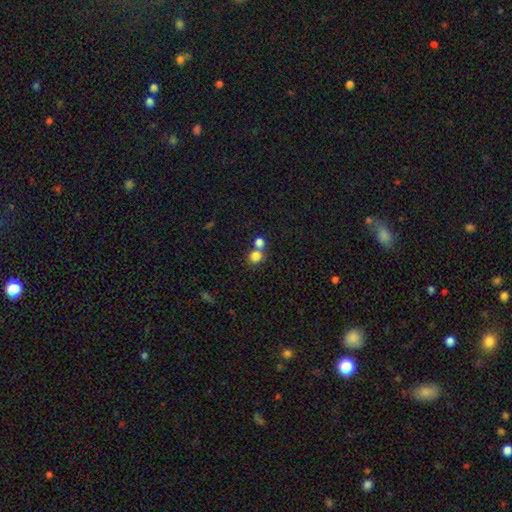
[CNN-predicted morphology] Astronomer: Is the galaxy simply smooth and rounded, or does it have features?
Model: smooth — 81%.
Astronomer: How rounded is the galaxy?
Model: round — 81%.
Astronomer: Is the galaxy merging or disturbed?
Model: none — 47% (runner-up: merger, 43%).